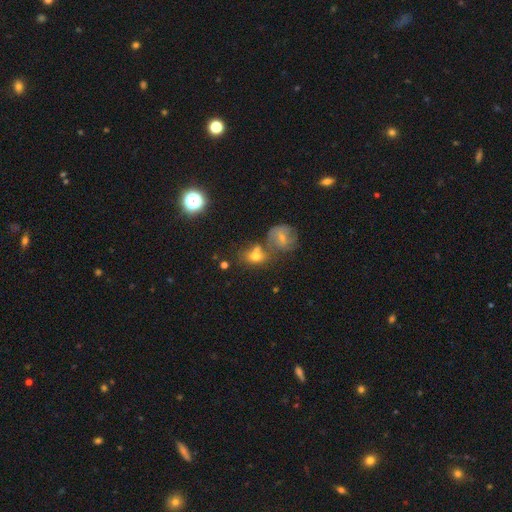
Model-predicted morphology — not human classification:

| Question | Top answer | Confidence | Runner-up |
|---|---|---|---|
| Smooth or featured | smooth | 66% | featured or disk (20%) |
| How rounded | in between | 54% | round (44%) |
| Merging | none | 45% | merger (36%) |